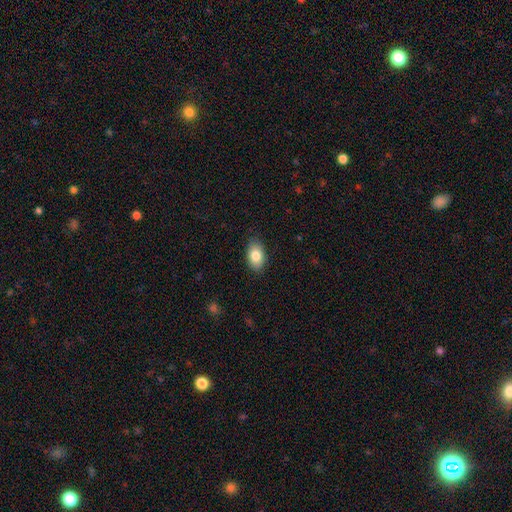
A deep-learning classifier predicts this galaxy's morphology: This is clearly a smooth galaxy (83%). How rounded: clearly in between (91%). Merging: clearly none (87%).